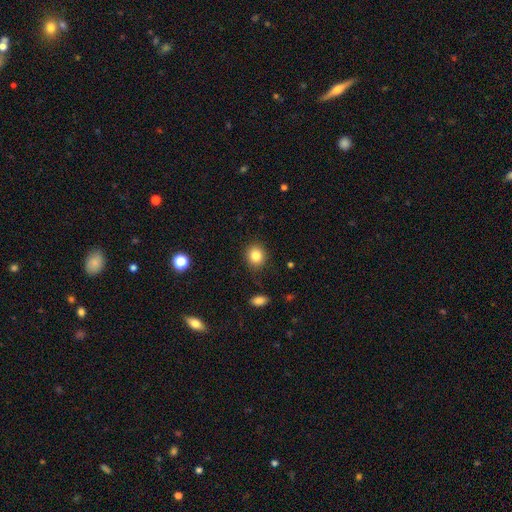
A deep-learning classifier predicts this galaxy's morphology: A smooth galaxy with no disk features (84%) that is round (75%).

Vote fractions:
- Smooth or featured? smooth: 84% / star or artifact: 10% / featured or disk: 6%
- How rounded? round: 75% / in between: 24% / cigar-shaped: 1%
- Merging? none: 88% / minor disturbance: 8% / major disturbance: 2% / merger: 1%